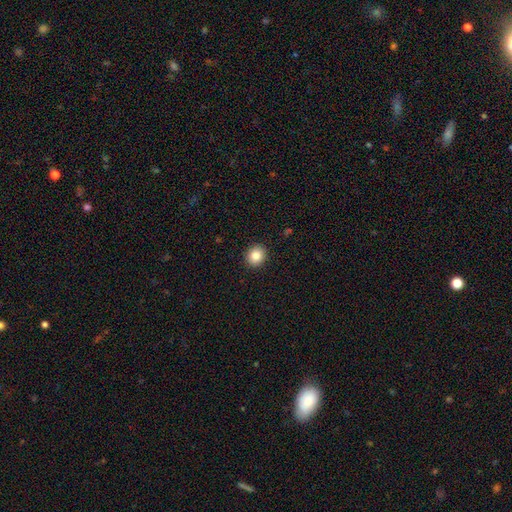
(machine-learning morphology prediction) Smooth or featured? smooth (85%)
How rounded? round (80%)
Merging? none (92%)